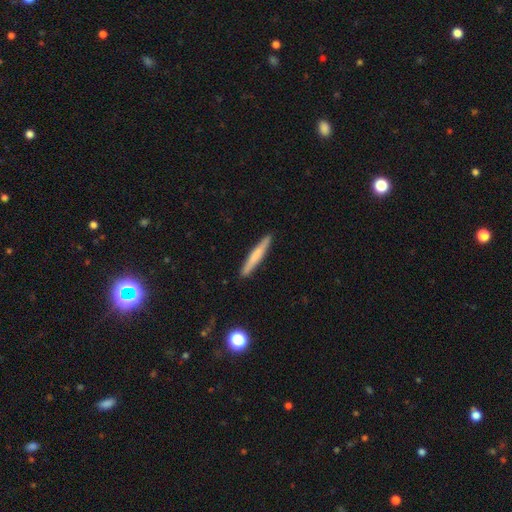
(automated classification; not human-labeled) This is likely a smooth galaxy (65%). How rounded: clearly cigar-shaped (96%). Merging: clearly none (91%).